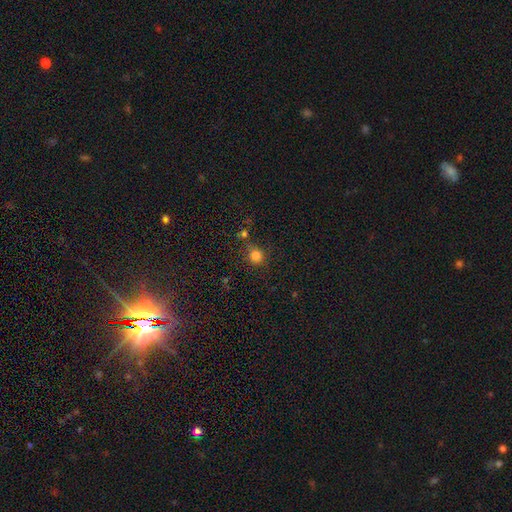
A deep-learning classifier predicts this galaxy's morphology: Smooth or featured? Predicted: smooth (p=0.80). How rounded? Predicted: round (p=0.88). Merging? Predicted: none (p=0.72).